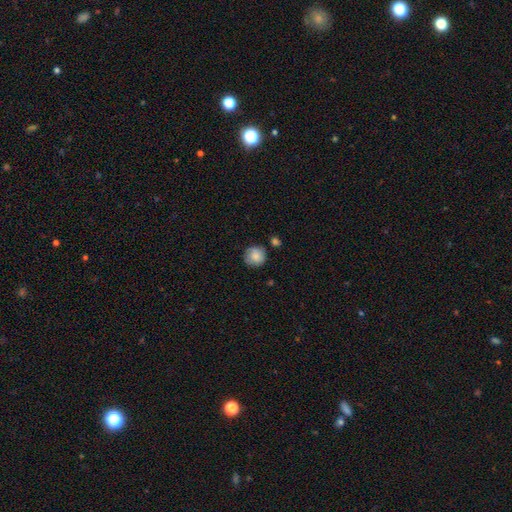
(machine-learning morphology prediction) This is clearly a smooth galaxy (82%). How rounded: clearly round (91%). Merging: likely none (76%).